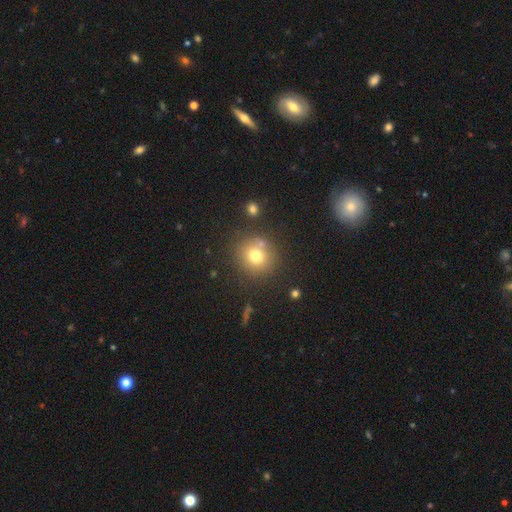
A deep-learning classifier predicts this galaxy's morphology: A smooth galaxy with no disk features (74%) that is round (88%).

Vote fractions:
- Smooth or featured? smooth: 74% / star or artifact: 15% / featured or disk: 12%
- How rounded? round: 88% / in between: 11% / cigar-shaped: 1%
- Merging? none: 78% / minor disturbance: 9% / merger: 8% / major disturbance: 4%